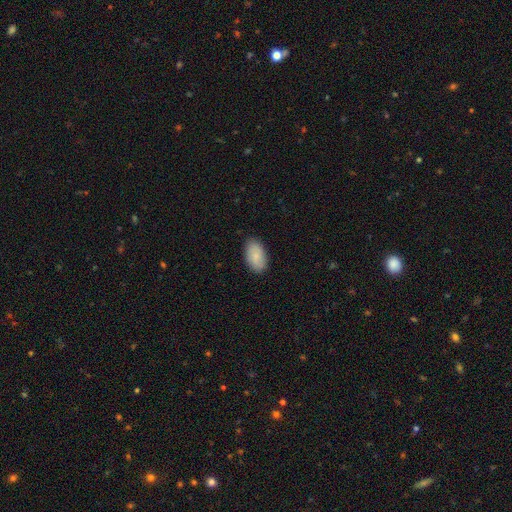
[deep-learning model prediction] smooth 84%, featured or disk 10%, star or artifact 6%. Down the decision tree: how rounded — in between (94%); merging — none (86%).